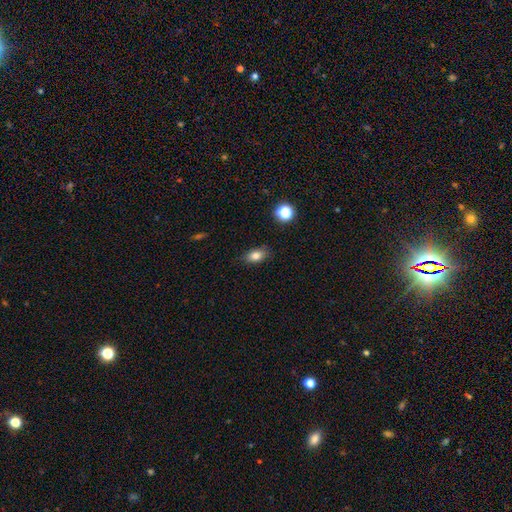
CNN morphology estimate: Q: Smooth or featured?
A: smooth (82%); runner-up: star or artifact (10%)
Q: How rounded?
A: in between (86%); runner-up: round (11%)
Q: Merging?
A: none (84%); runner-up: minor disturbance (12%)